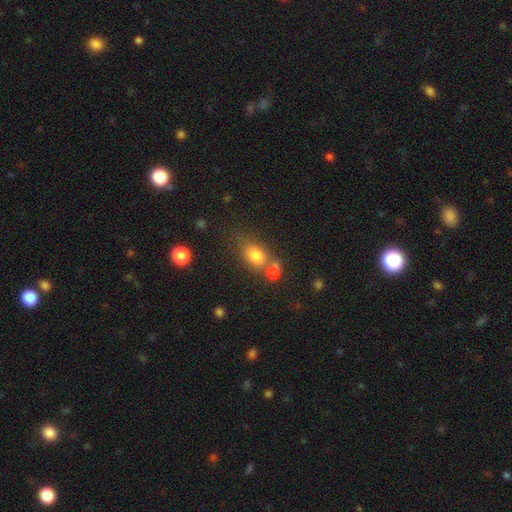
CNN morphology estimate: smooth-or-featured: smooth: 78% | featured or disk: 11% | star or artifact: 11%
  how-rounded: in between: 70% | round: 28% | cigar-shaped: 2%
  merging: none: 46% | merger: 35% | minor disturbance: 13% | major disturbance: 6%